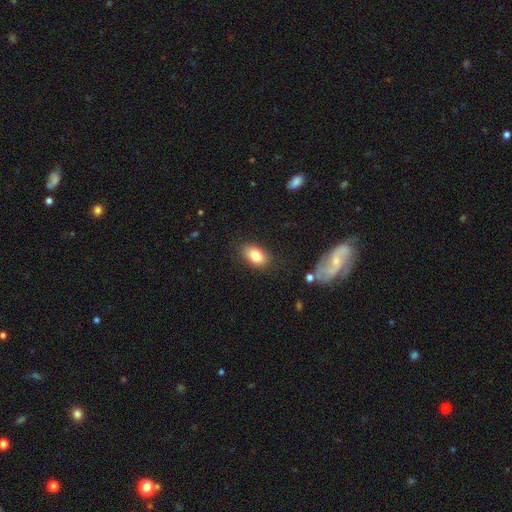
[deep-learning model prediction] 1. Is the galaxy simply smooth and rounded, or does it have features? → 82% smooth, 10% featured or disk, 8% star or artifact.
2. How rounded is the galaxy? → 88% in between, 10% round, 2% cigar-shaped.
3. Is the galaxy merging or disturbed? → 83% none, 12% minor disturbance, 3% major disturbance, 2% merger.